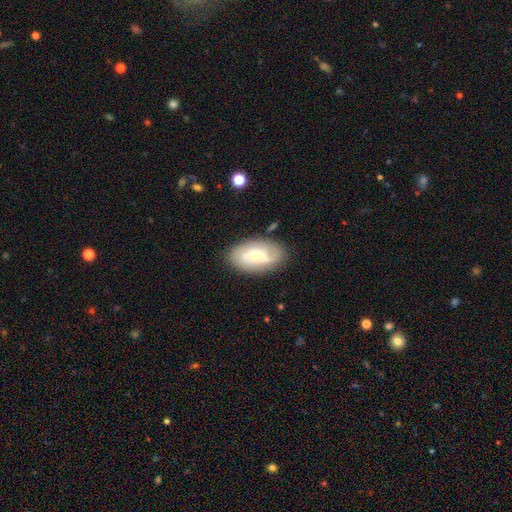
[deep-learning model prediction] This appears to be a featured or disk galaxy (57%) with no bar (60%), spiral arms (82%) and a small central bulge (49%). Merging: none (79%).